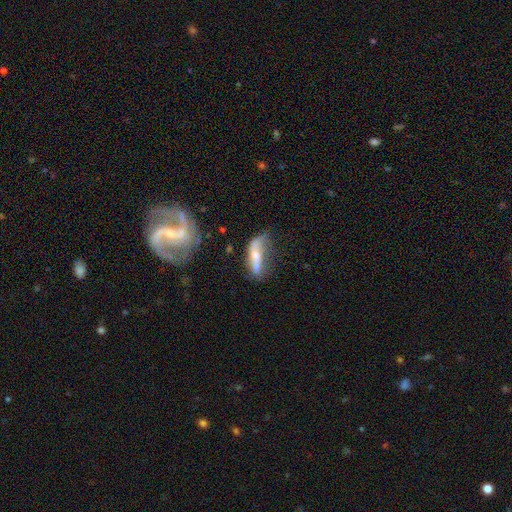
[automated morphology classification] Smooth or featured: featured or disk — 52% (smooth — 40%)
Edge-on disk: no — 73% (yes — 27%)
Merging: none — 36% (minor disturbance — 31%)